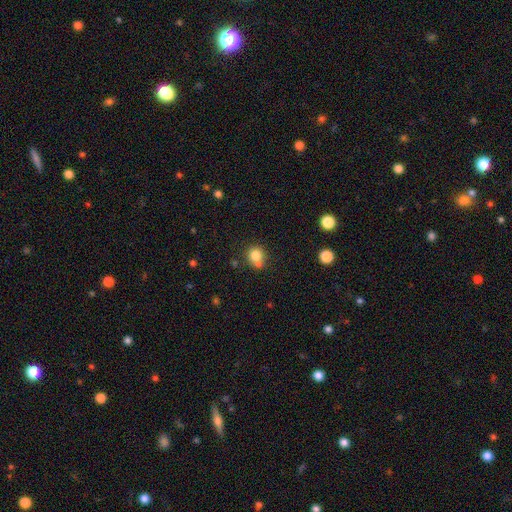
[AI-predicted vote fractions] Smooth or featured: smooth — 79% (star or artifact — 12%)
How rounded: round — 88% (in between — 11%)
Merging: none — 58% (merger — 28%)